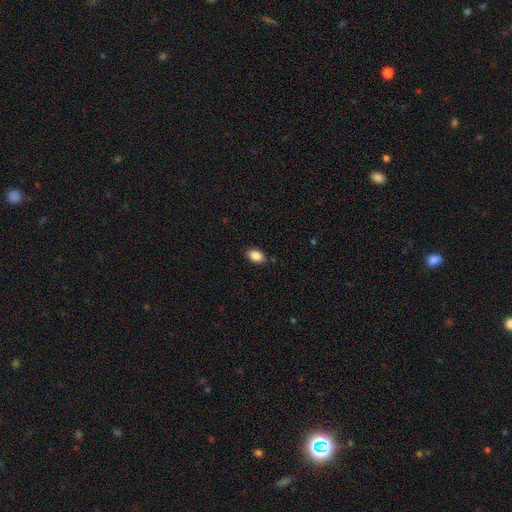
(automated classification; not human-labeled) Smooth or featured?
  - smooth: 88% *
  - star or artifact: 8%
  - featured or disk: 4%
How rounded?
  - in between: 90% *
  - round: 9%
  - cigar-shaped: 2%
Merging?
  - none: 84% *
  - minor disturbance: 12%
  - major disturbance: 2%
  - merger: 1%